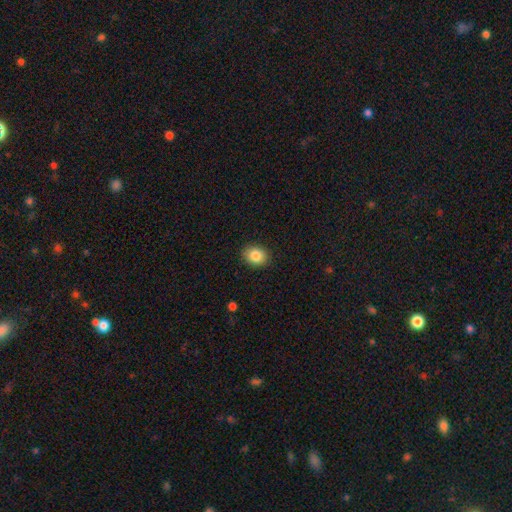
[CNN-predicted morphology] This appears to be a smooth galaxy with no disk features (86%) that is in between round and cigar-shaped (51%). Merging: none (89%).